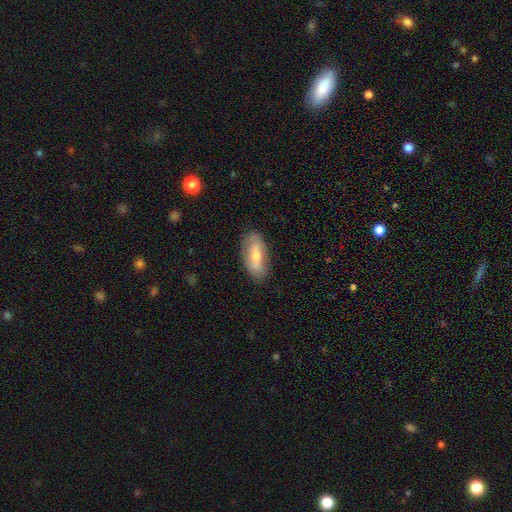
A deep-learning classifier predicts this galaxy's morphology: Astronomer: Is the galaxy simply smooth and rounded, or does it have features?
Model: smooth — 59% (runner-up: featured or disk, 35%).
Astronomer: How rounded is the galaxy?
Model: in between — 82%.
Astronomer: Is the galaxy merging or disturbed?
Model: none — 79%.